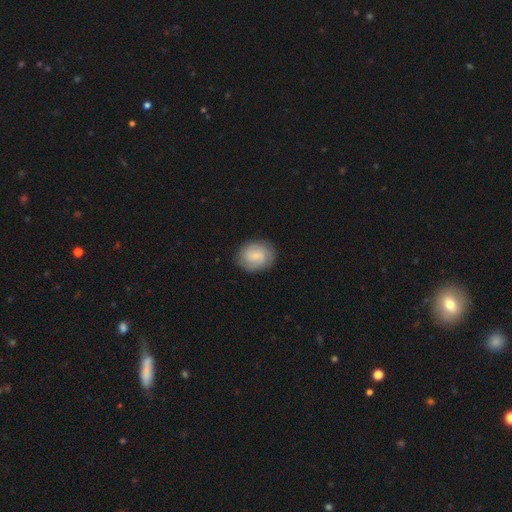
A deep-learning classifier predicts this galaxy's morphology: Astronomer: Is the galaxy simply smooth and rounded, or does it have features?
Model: featured or disk — 56% (runner-up: smooth, 37%).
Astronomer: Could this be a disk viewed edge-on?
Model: no — 98%.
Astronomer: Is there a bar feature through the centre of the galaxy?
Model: no — 53% (runner-up: weak, 41%).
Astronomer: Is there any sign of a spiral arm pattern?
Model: yes — 91%.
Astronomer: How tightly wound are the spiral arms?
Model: tight — 50% (runner-up: medium, 39%).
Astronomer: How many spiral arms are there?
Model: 2 — 45% (runner-up: can't tell, 27%).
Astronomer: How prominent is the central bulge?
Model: small — 70%.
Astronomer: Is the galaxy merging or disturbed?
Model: none — 83%.